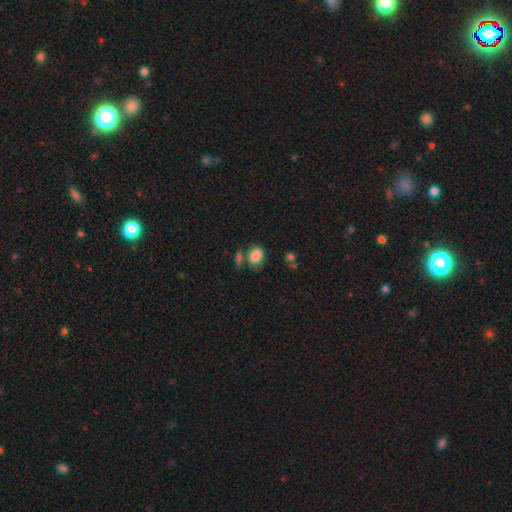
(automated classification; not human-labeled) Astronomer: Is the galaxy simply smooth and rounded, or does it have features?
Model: smooth — 85%.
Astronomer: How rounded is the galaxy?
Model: in between — 69%.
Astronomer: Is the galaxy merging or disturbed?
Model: none — 51%.